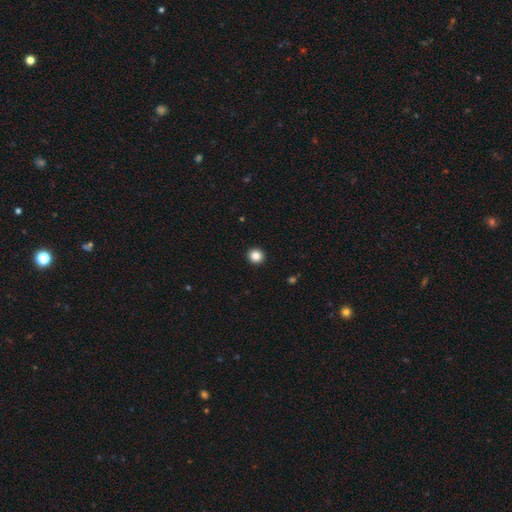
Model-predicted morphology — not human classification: Smooth or featured? Predicted: smooth (p=0.86). How rounded? Predicted: round (p=0.93). Merging? Predicted: none (p=0.94).